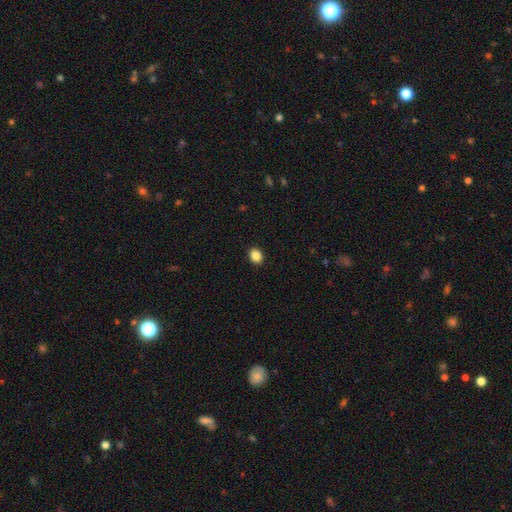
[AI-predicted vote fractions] smooth-or-featured: smooth: 87% | star or artifact: 10% | featured or disk: 3%
  how-rounded: in between: 50% | round: 49% | cigar-shaped: 1%
  merging: none: 91% | minor disturbance: 6% | major disturbance: 2% | merger: 1%